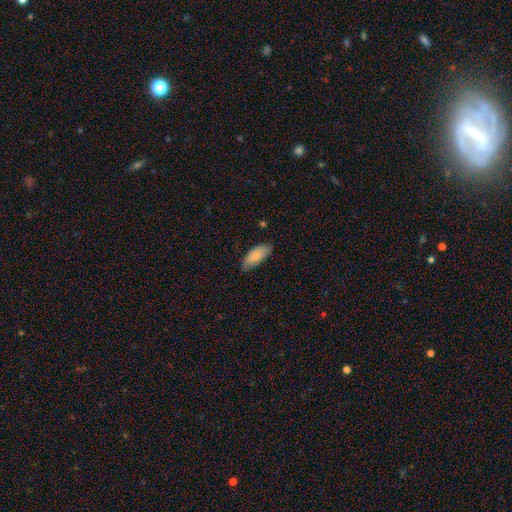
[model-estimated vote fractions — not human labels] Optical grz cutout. It shows a smooth galaxy with no disk features (84%) that is in between round and cigar-shaped (85%). Merging: none (75%).